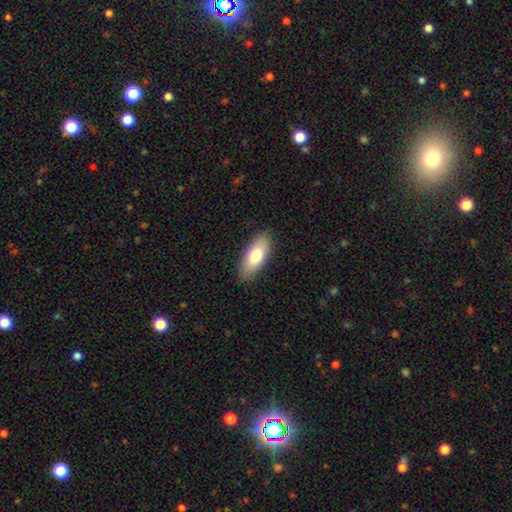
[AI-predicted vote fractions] The model was most divided on "smooth or featured": smooth: 74%, featured or disk: 20%, star or artifact: 6%. More confident: merging — none (87%); how rounded — in between (78%).